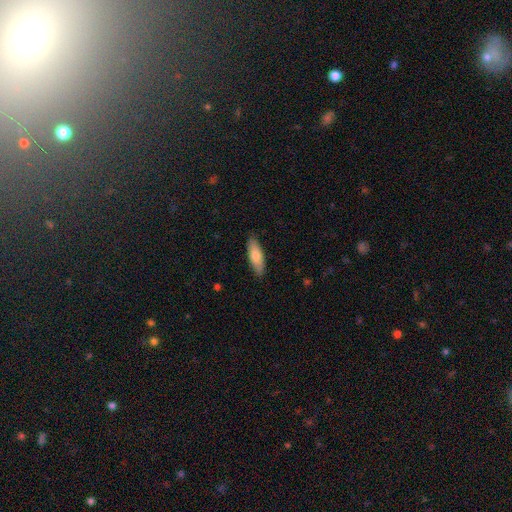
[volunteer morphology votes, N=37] A smooth galaxy with no disk features (86%) that is in between round and cigar-shaped (72%). Merging: none (97%).